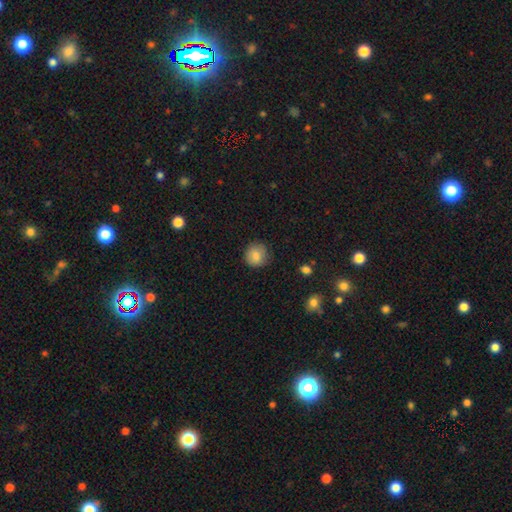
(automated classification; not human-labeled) A smooth galaxy with no disk features (84%) that is round (91%). Merging: none (83%).